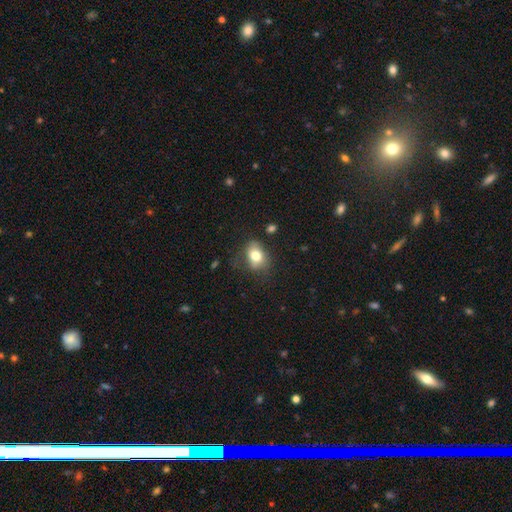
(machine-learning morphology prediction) Smooth or featured? smooth (77%)
How rounded? in between (68%)
Merging? none (61%)